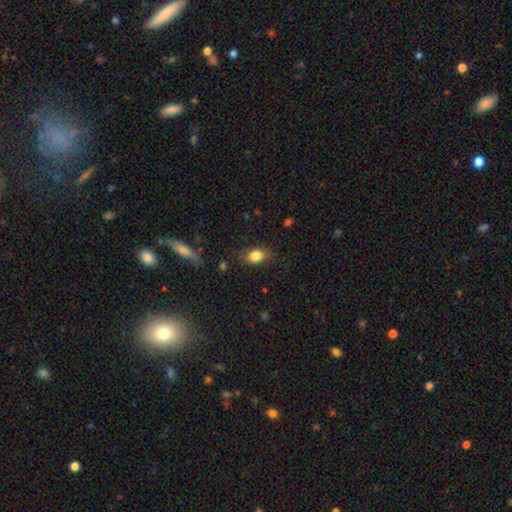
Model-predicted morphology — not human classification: A smooth galaxy with no disk features (84%) that is in between round and cigar-shaped (79%). Merging: none (80%).